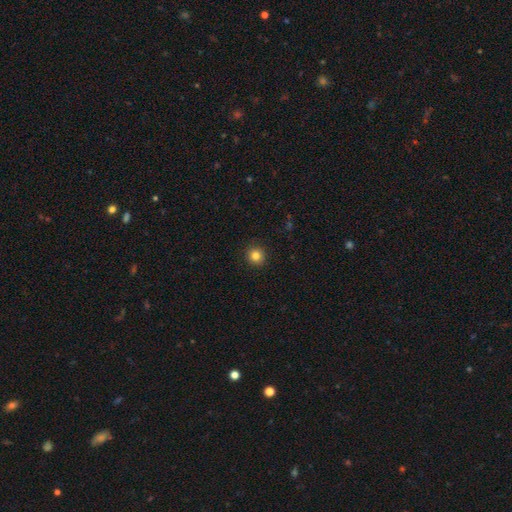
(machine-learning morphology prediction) A smooth galaxy with no disk features (83%) that is round (94%).

Vote fractions:
- Smooth or featured? smooth: 83% / star or artifact: 12% / featured or disk: 6%
- How rounded? round: 94% / in between: 5% / cigar-shaped: 1%
- Merging? none: 93% / minor disturbance: 5% / major disturbance: 2% / merger: 1%